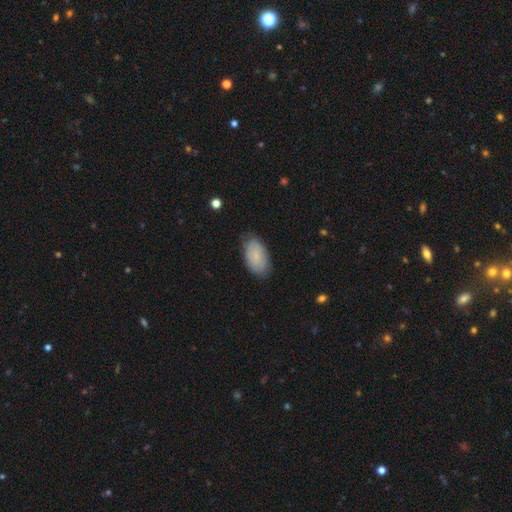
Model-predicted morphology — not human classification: Overall: smooth (81%). How rounded: in between (94%). Merging: none (78%).